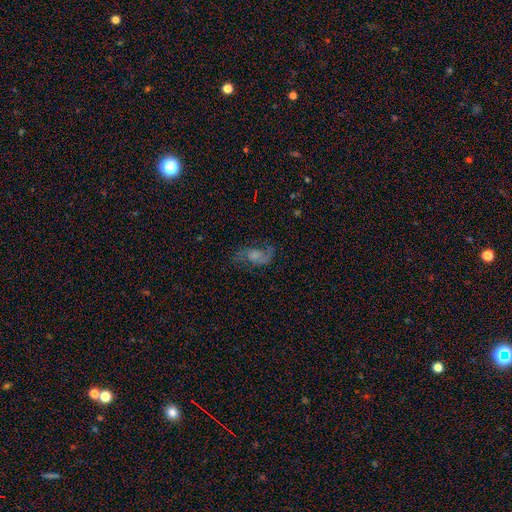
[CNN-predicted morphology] This is likely a featured or disk galaxy (62%). It is clearly not viewed edge-on (96%). Bar: likely no (63%). Spiral arm pattern: clearly yes (87%). Spiral arm count: clearly 2 (83%). Spiral winding: likely loose (61%). Central bulge: marginally none (32%). Merging: possibly none (57%).